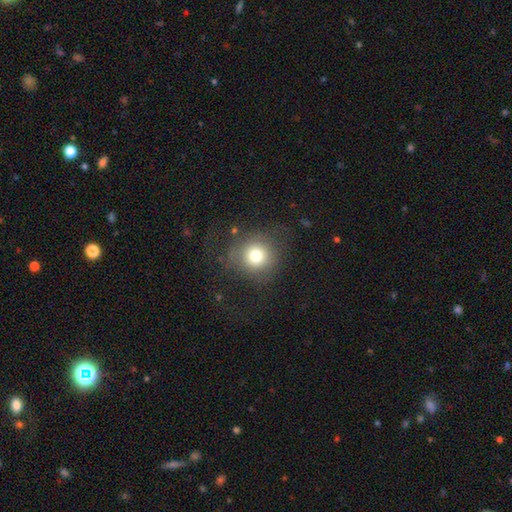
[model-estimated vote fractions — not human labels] A smooth galaxy with no disk features (73%) that is round (89%).

Vote fractions:
- Smooth or featured? smooth: 73% / star or artifact: 13% / featured or disk: 13%
- How rounded? round: 89% / in between: 10% / cigar-shaped: 1%
- Merging? none: 68% / minor disturbance: 16% / major disturbance: 15% / merger: 2%